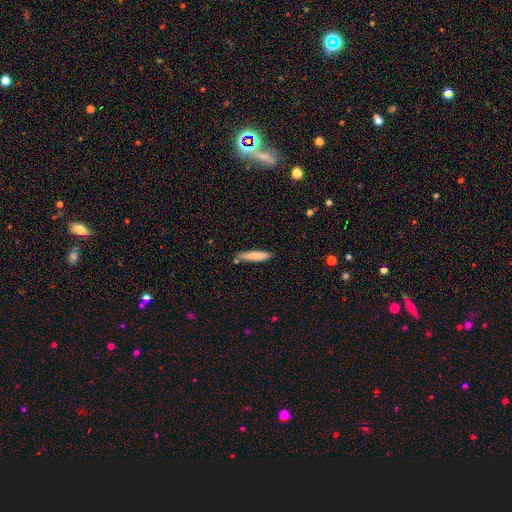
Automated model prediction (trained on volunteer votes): Smooth or featured?
  - smooth: 82% *
  - featured or disk: 12%
  - star or artifact: 6%
How rounded?
  - cigar-shaped: 87% *
  - in between: 12%
  - round: 1%
Merging?
  - none: 78% *
  - minor disturbance: 14%
  - merger: 5%
  - major disturbance: 2%